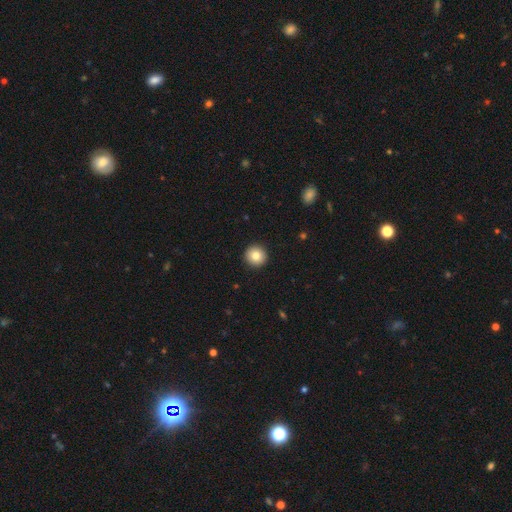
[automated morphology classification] The model was most divided on "smooth or featured": smooth: 82%, star or artifact: 9%, featured or disk: 8%. More confident: how rounded — round (96%); merging — none (93%).